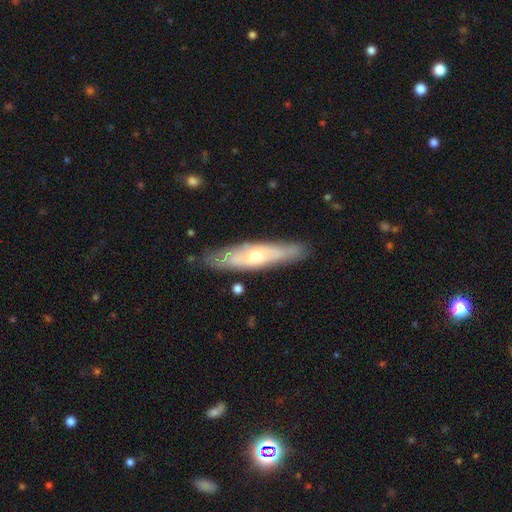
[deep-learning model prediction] smooth_or_featured: featured or disk (p=0.61) [alt: smooth p=0.33]
disk_edge_on: yes (p=0.53) [alt: no p=0.47]
merging: none (p=0.82) [alt: minor disturbance p=0.14]